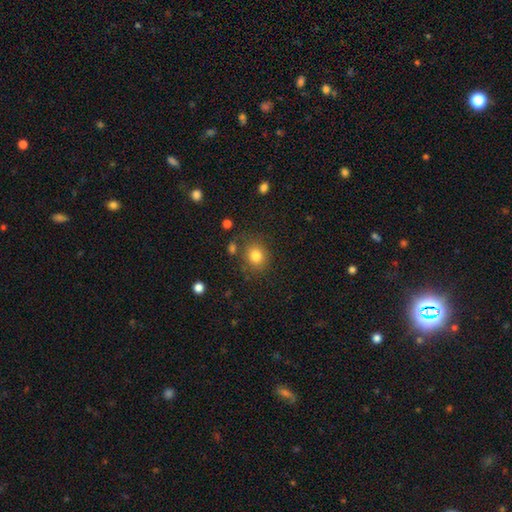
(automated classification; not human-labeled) Smooth or featured?
  - smooth: 81% *
  - star or artifact: 11%
  - featured or disk: 7%
How rounded?
  - round: 72% *
  - in between: 27%
  - cigar-shaped: 1%
Merging?
  - none: 77% *
  - minor disturbance: 12%
  - merger: 5%
  - major disturbance: 5%